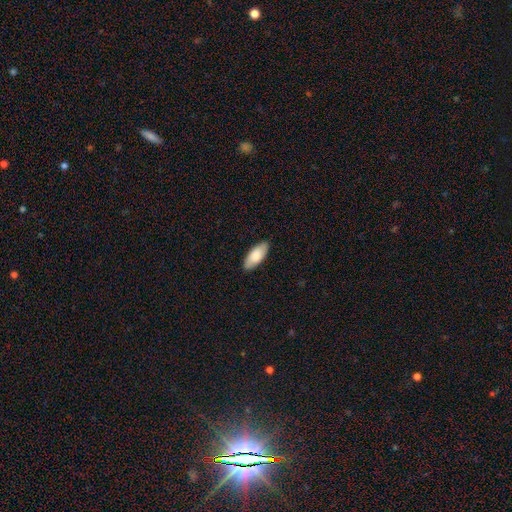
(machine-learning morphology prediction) smooth_or_featured: smooth (p=0.82) [alt: featured or disk p=0.13]
how_rounded: in between (p=0.84) [alt: cigar-shaped p=0.14]
merging: none (p=0.89) [alt: minor disturbance p=0.09]